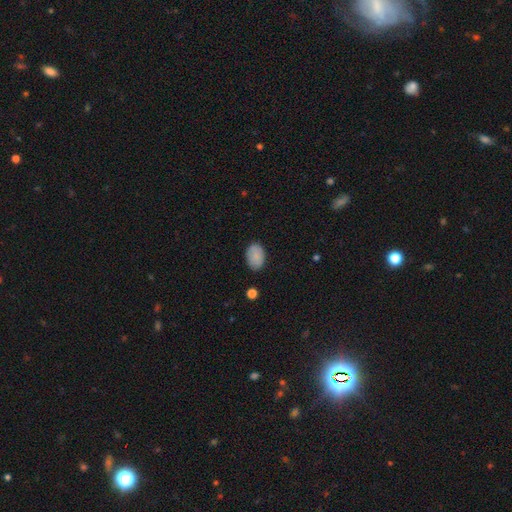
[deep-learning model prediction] Smooth or featured? smooth (85%)
How rounded? in between (85%)
Merging? none (83%)